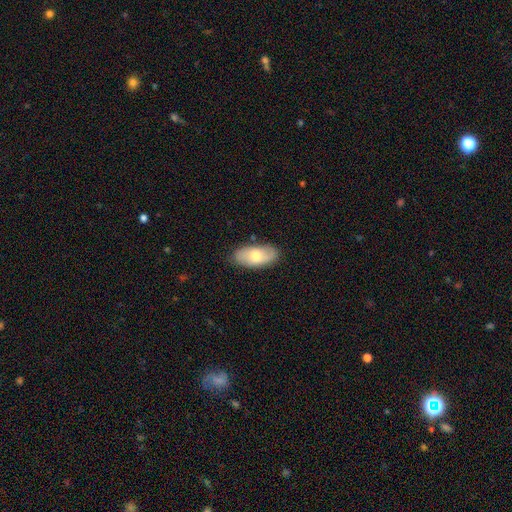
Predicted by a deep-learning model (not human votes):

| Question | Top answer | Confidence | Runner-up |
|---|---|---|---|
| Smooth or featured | smooth | 65% | featured or disk (29%) |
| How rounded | in between | 92% | cigar-shaped (5%) |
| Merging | none | 82% | minor disturbance (14%) |